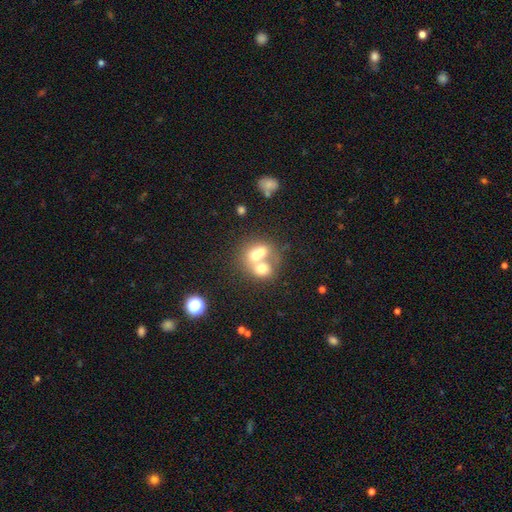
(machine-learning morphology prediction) The model was most divided on "how rounded": round: 60%, in between: 39%, cigar-shaped: 1%. More confident: merging — merger (70%); smooth or featured — smooth (59%).